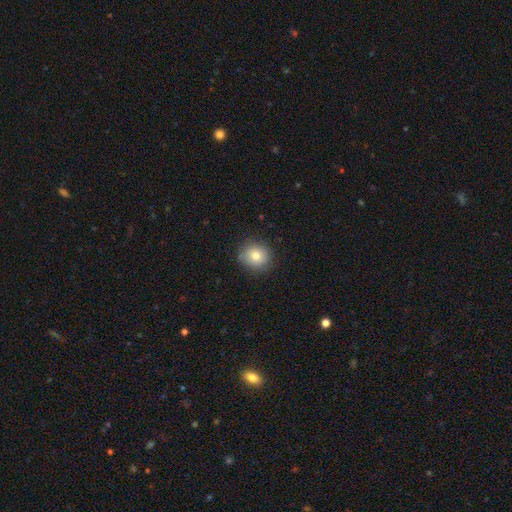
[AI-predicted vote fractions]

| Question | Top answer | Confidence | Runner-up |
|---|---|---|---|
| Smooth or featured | smooth | 79% | featured or disk (11%) |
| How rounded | round | 84% | in between (15%) |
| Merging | none | 86% | minor disturbance (11%) |